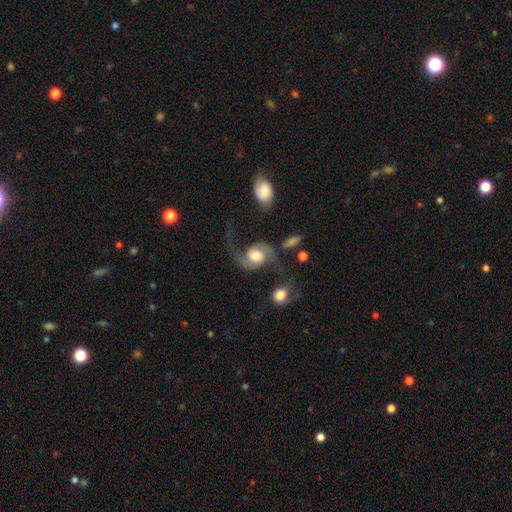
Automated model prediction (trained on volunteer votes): Q: Smooth or featured?
A: featured or disk (83%); runner-up: smooth (12%)
Q: Edge-on disk?
A: no (98%); runner-up: yes (2%)
Q: Bar?
A: no (60%); runner-up: weak (32%)
Q: Spiral arms?
A: yes (96%); runner-up: no (4%)
Q: Spiral winding?
A: loose (67%); runner-up: medium (27%)
Q: Spiral arm count?
A: 2 (92%); runner-up: 1 (3%)
Q: Bulge size?
A: moderate (54%); runner-up: large (28%)
Q: Merging?
A: none (49%); runner-up: major disturbance (22%)